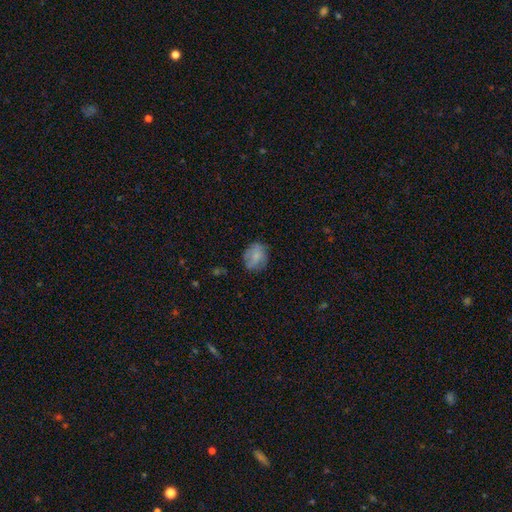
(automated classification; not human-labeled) A smooth galaxy with no disk features (71%) that is round (61%).

Vote fractions:
- Smooth or featured? smooth: 71% / featured or disk: 21% / star or artifact: 9%
- How rounded? round: 61% / in between: 38% / cigar-shaped: 1%
- Merging? none: 70% / minor disturbance: 21% / major disturbance: 7% / merger: 2%